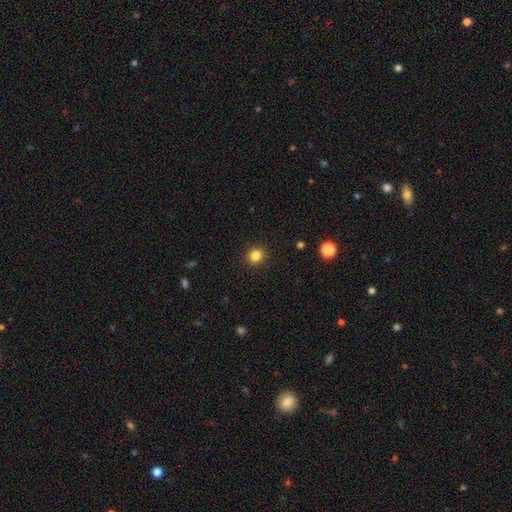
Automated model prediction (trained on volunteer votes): smooth_or_featured: smooth (p=0.84) [alt: star or artifact p=0.12]
how_rounded: round (p=0.86) [alt: in between p=0.14]
merging: none (p=0.91) [alt: minor disturbance p=0.06]